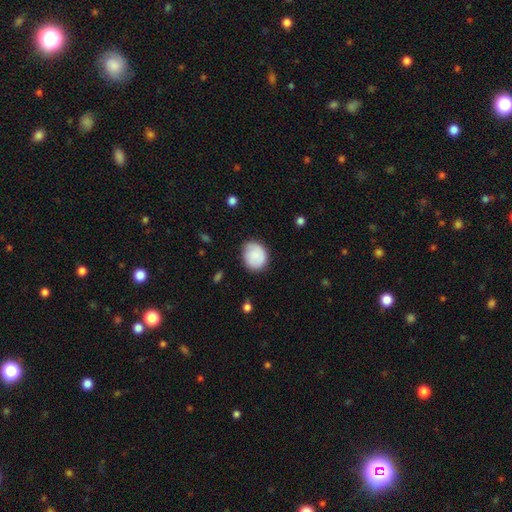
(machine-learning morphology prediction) This is likely a smooth galaxy (78%). How rounded: likely round (68%). Merging: likely none (70%).